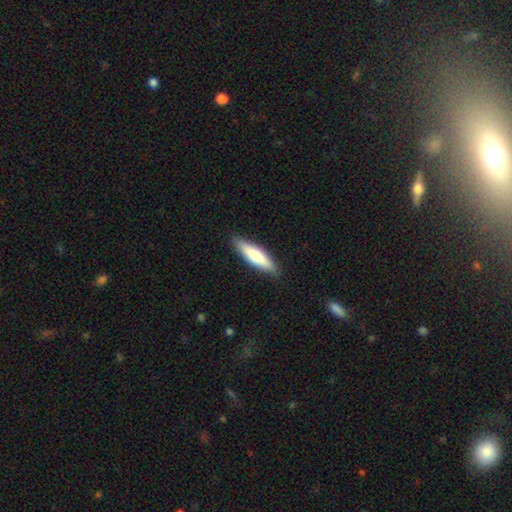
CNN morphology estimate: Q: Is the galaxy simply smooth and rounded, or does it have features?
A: smooth — 68%.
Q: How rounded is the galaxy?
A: cigar-shaped — 65%.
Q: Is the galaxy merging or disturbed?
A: none — 88%.